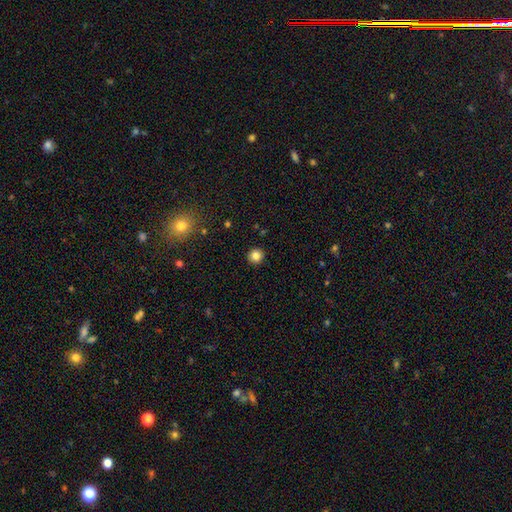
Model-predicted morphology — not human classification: Overall: smooth (82%). How rounded: round (93%). Merging: none (92%).